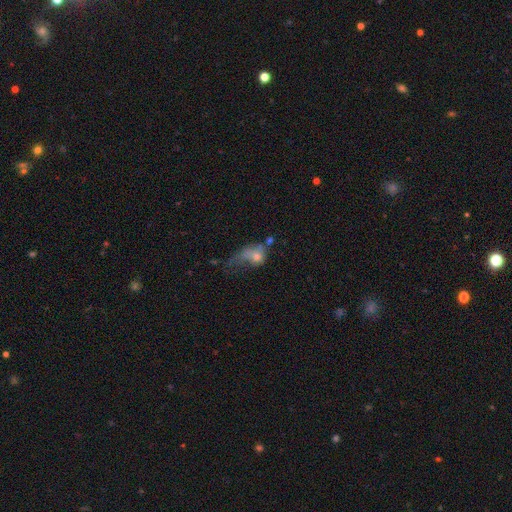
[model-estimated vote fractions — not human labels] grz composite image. It shows a smooth galaxy with no disk features (52%) that is in between round and cigar-shaped (62%). Merging: major disturbance (52%).